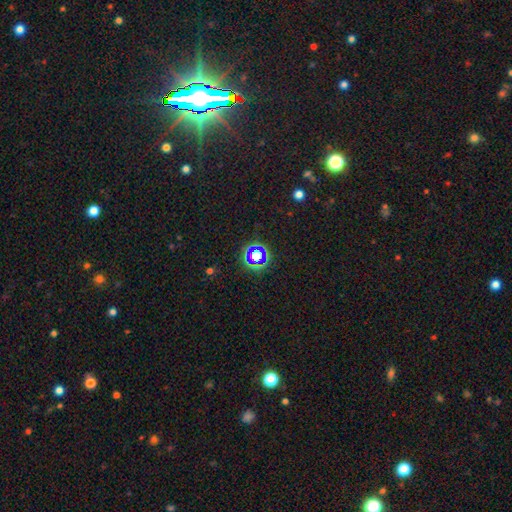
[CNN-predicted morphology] star or artifact 67%, smooth 23%, featured or disk 10%.